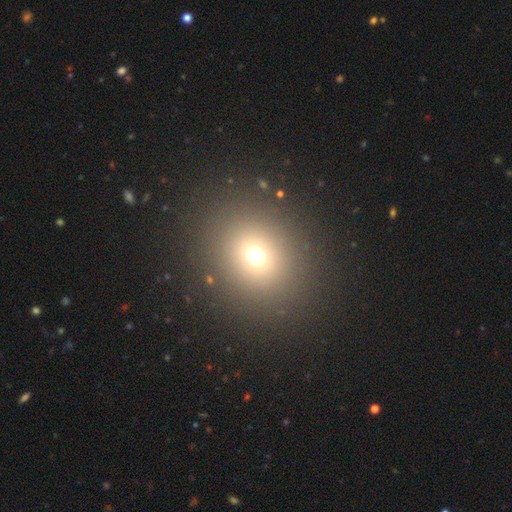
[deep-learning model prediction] Smooth or featured? Predicted: smooth (p=0.67). How rounded? Predicted: round (p=0.79). Merging? Predicted: none (p=0.88).